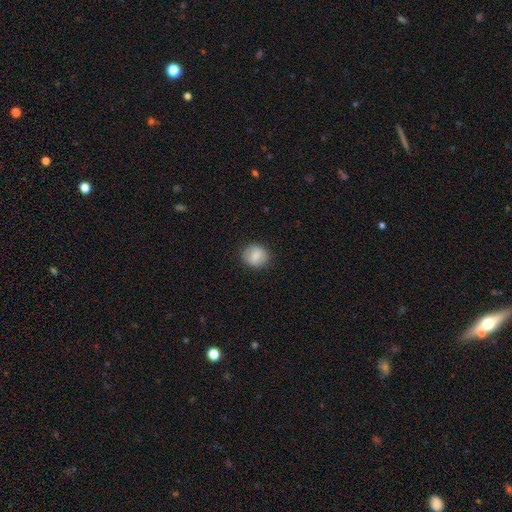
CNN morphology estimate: Q: Smooth or featured?
A: smooth (81%); runner-up: featured or disk (11%)
Q: How rounded?
A: round (75%); runner-up: in between (24%)
Q: Merging?
A: none (86%); runner-up: minor disturbance (10%)